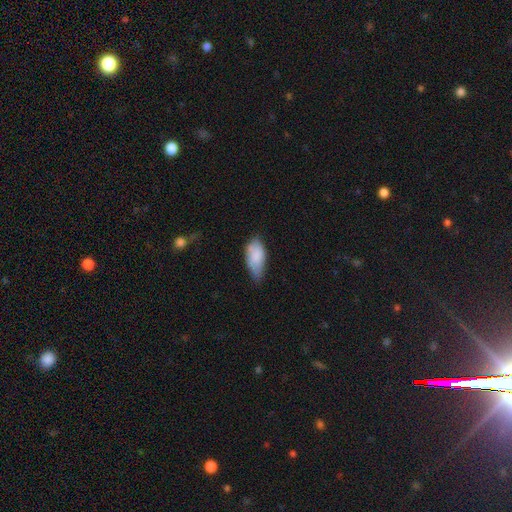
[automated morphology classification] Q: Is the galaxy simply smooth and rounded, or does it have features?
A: smooth — 84%.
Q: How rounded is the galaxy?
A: in between — 92%.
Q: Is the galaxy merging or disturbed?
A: none — 46%.